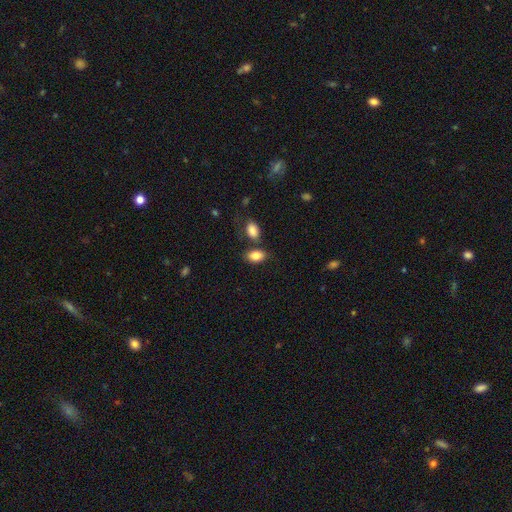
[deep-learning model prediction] Q: Smooth or featured?
A: smooth (85%); runner-up: star or artifact (8%)
Q: How rounded?
A: in between (89%); runner-up: round (10%)
Q: Merging?
A: none (66%); runner-up: merger (17%)